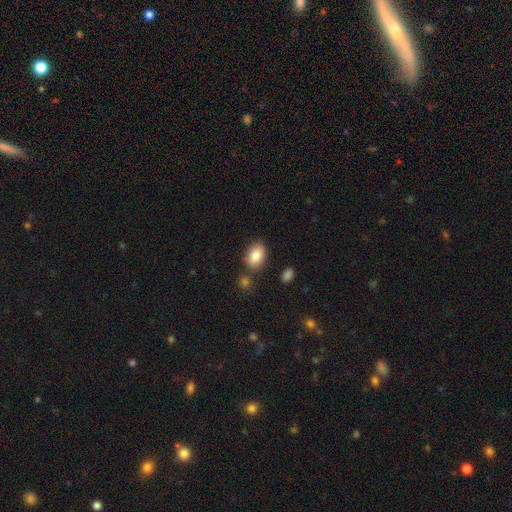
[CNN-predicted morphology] A smooth galaxy with no disk features (86%) that is in between round and cigar-shaped (86%).

Vote fractions:
- Smooth or featured? smooth: 86% / star or artifact: 7% / featured or disk: 7%
- How rounded? in between: 86% / round: 12% / cigar-shaped: 1%
- Merging? none: 75% / minor disturbance: 13% / merger: 8% / major disturbance: 3%